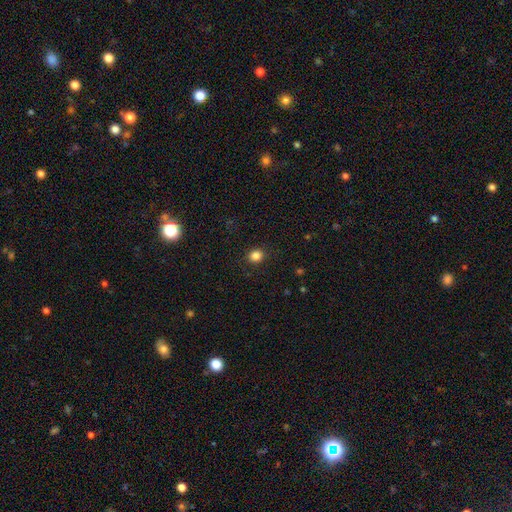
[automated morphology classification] Smooth or featured?
  - smooth: 84% *
  - star or artifact: 12%
  - featured or disk: 4%
How rounded?
  - round: 82% *
  - in between: 17%
  - cigar-shaped: 1%
Merging?
  - none: 90% *
  - minor disturbance: 7%
  - major disturbance: 2%
  - merger: 1%